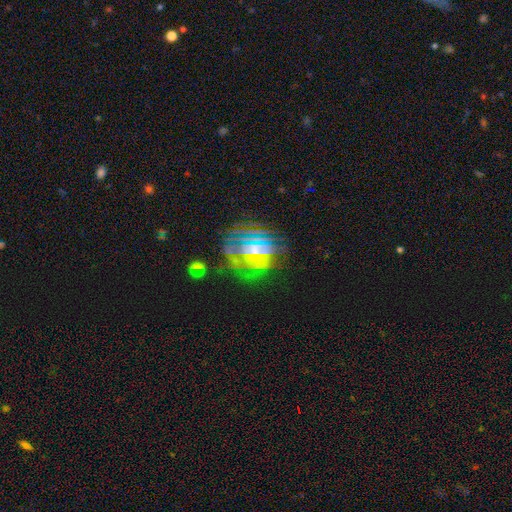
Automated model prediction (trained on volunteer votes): Smooth or featured? star or artifact (43%)